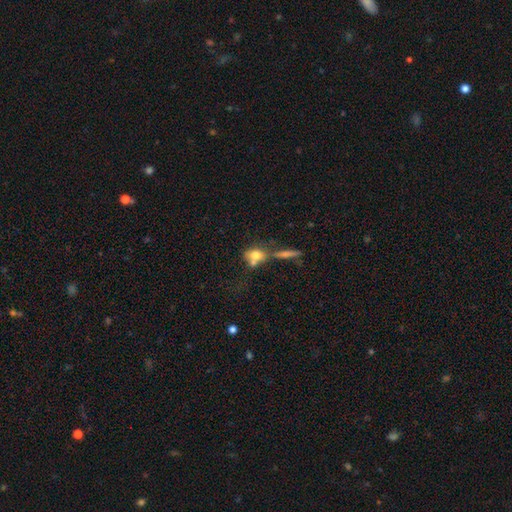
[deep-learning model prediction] Smooth or featured? Predicted: smooth (p=0.69). How rounded? Predicted: in between (p=0.58). Merging? Predicted: merger (p=0.41).